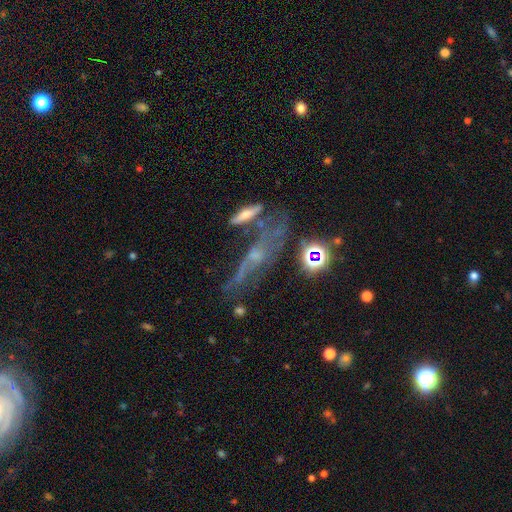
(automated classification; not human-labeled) smooth_or_featured: featured or disk (p=0.56) [alt: star or artifact p=0.24]
disk_edge_on: yes (p=0.55) [alt: no p=0.45]
merging: none (p=0.39) [alt: merger p=0.28]